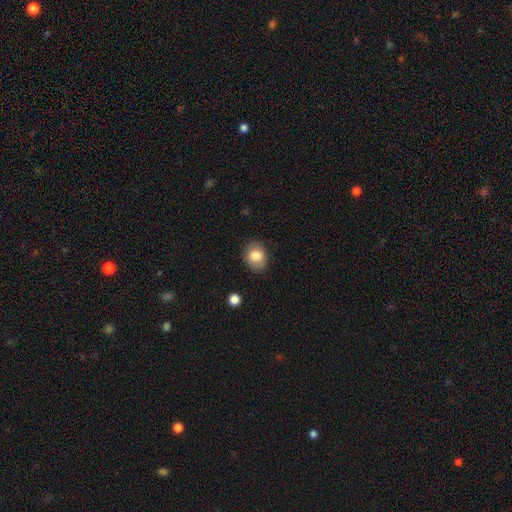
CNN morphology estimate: smooth-or-featured: smooth: 81% | featured or disk: 10% | star or artifact: 8%
  how-rounded: in between: 51% | round: 48% | cigar-shaped: 1%
  merging: none: 79% | minor disturbance: 16% | major disturbance: 4% | merger: 1%